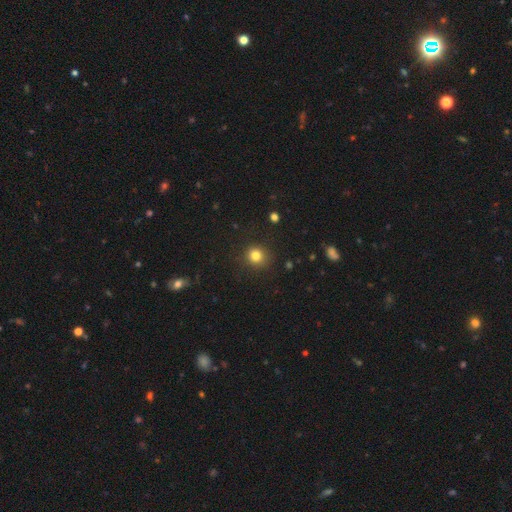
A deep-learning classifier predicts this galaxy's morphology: smooth 81%, star or artifact 13%, featured or disk 6%. Down the decision tree: how rounded — round (89%); merging — none (88%).